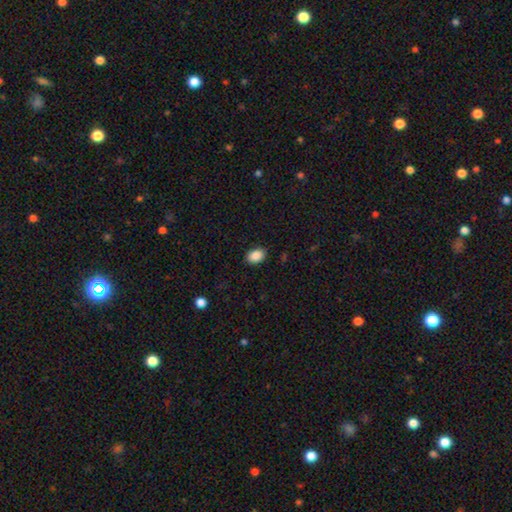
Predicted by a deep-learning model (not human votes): smooth_or_featured: smooth (p=0.89) [alt: star or artifact p=0.08]
how_rounded: in between (p=0.81) [alt: round p=0.18]
merging: none (p=0.88) [alt: minor disturbance p=0.09]